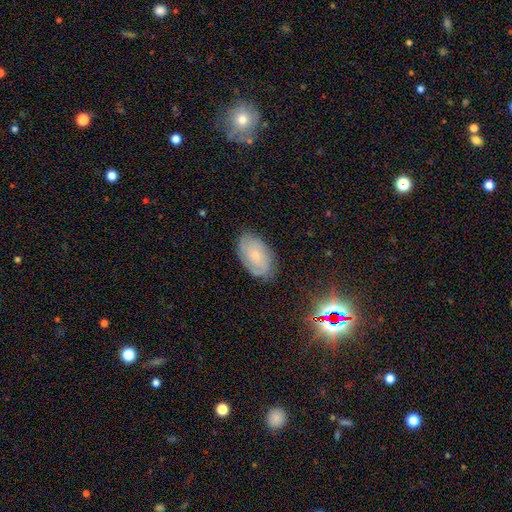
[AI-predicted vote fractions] Morphology: type=featured or disk (50%); edge-on=no (95%); merging=none (78%).